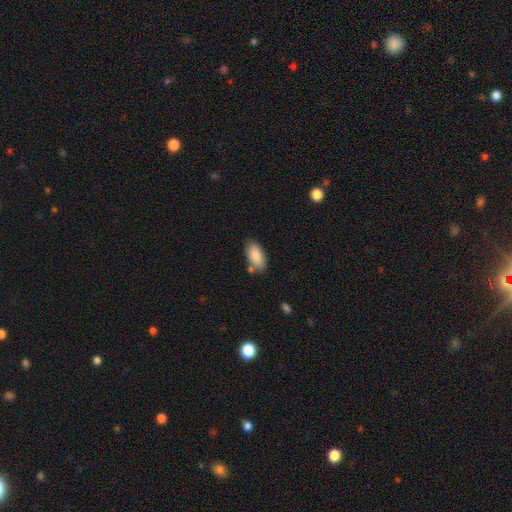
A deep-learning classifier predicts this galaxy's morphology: Q: Smooth or featured?
A: smooth (86%); runner-up: featured or disk (7%)
Q: How rounded?
A: in between (93%); runner-up: cigar-shaped (4%)
Q: Merging?
A: none (73%); runner-up: minor disturbance (15%)